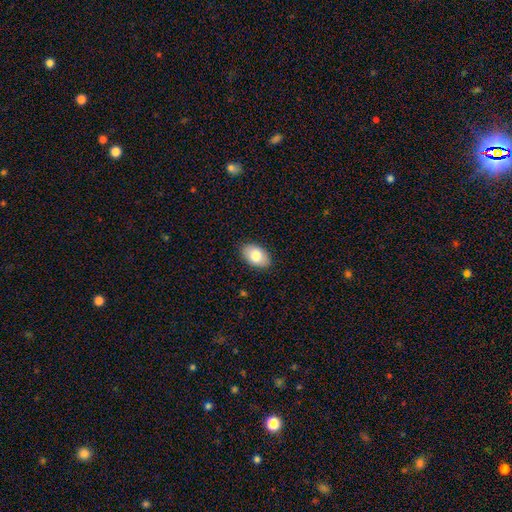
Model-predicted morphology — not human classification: This is clearly a smooth galaxy (81%). How rounded: clearly in between (91%). Merging: clearly none (87%).